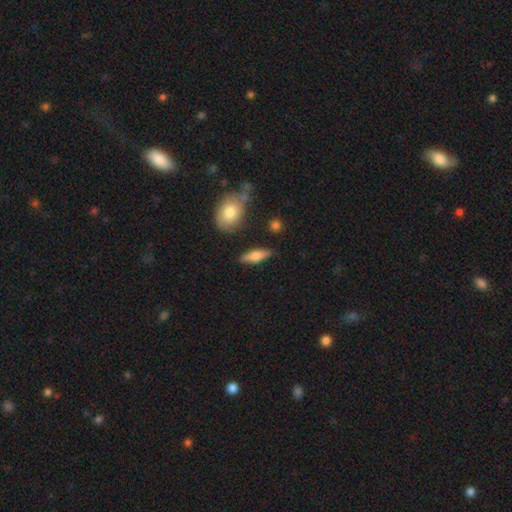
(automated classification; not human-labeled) Morphology: type=smooth (58%); roundness=in between (51%); merging=none (82%).